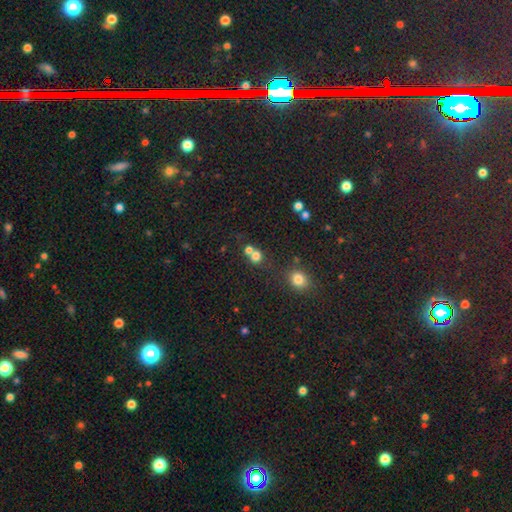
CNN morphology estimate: A smooth galaxy with no disk features (72%) that is round (81%). Merging: none (48%).